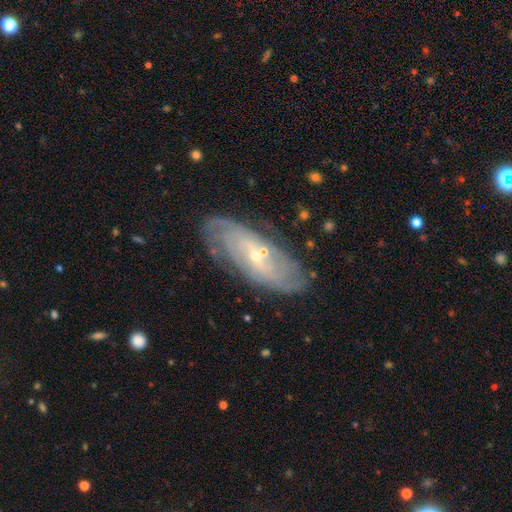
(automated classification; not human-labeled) smooth_or_featured: featured or disk (p=0.79) [alt: smooth p=0.14]
disk_edge_on: no (p=0.88) [alt: yes p=0.12]
bar: no (p=0.49) [alt: weak p=0.38]
has_spiral_arms: yes (p=0.90) [alt: no p=0.10]
spiral_winding: tight (p=0.66) [alt: medium p=0.26]
spiral_arm_count: can't tell (p=0.48) [alt: 2 p=0.20]
bulge_size: small (p=0.78) [alt: moderate p=0.18]
merging: none (p=0.78) [alt: minor disturbance p=0.15]